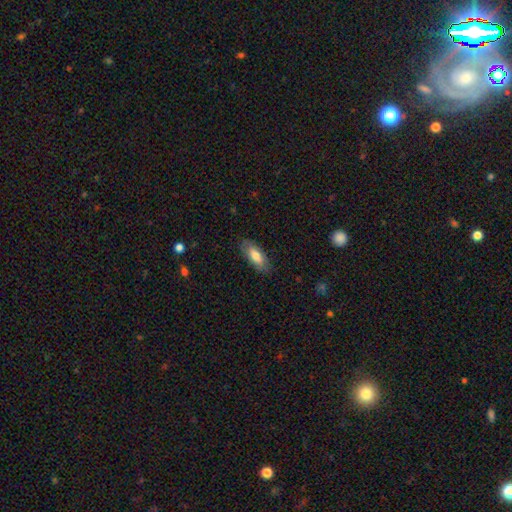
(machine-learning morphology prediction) A smooth galaxy with no disk features (74%) that is in between round and cigar-shaped (79%). Merging: none (83%).